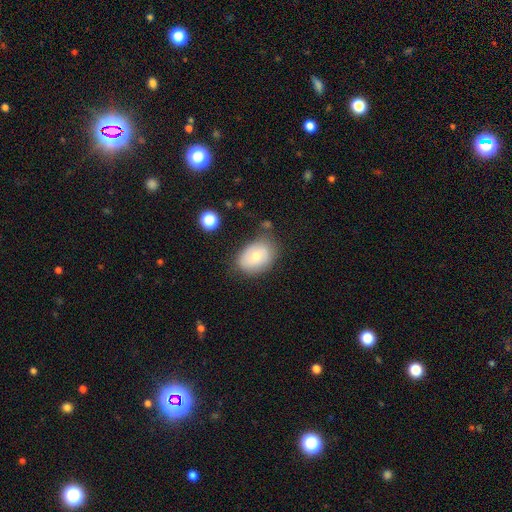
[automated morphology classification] A smooth galaxy with no disk features (65%) that is in between round and cigar-shaped (75%). Merging: none (68%).